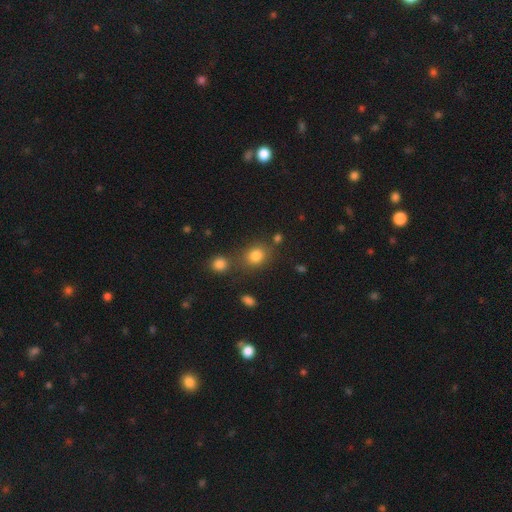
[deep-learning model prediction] The model was most divided on "how rounded": round: 62%, in between: 37%, cigar-shaped: 1%. More confident: smooth or featured — smooth (81%); merging — none (67%).